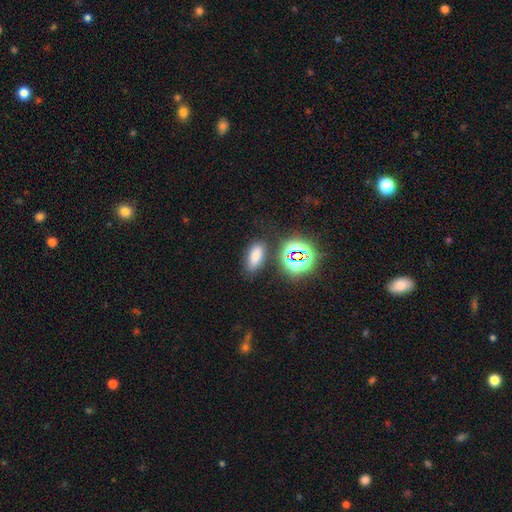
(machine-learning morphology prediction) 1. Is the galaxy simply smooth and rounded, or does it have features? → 70% smooth, 23% star or artifact, 7% featured or disk.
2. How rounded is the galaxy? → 79% in between, 13% round, 9% cigar-shaped.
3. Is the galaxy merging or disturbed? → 79% none, 11% minor disturbance, 6% merger, 4% major disturbance.